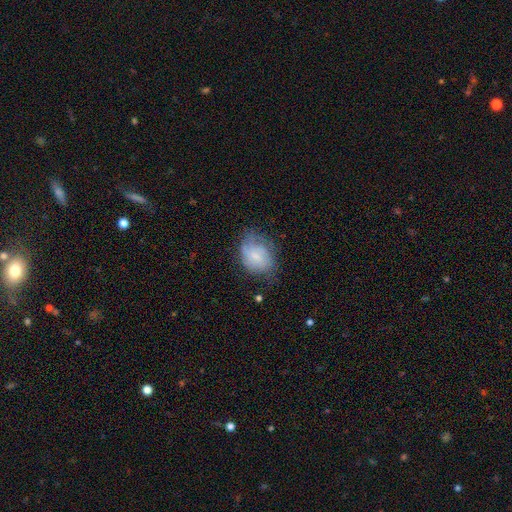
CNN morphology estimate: smooth 54%, featured or disk 38%, star or artifact 9%. Down the decision tree: how rounded — in between (63%); merging — none (52%).